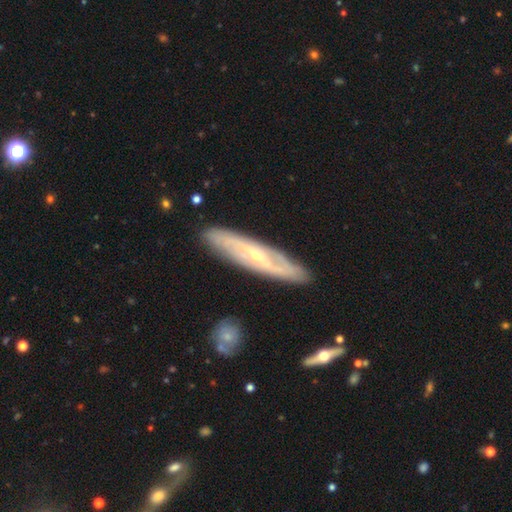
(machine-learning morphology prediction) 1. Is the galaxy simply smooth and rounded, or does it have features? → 74% featured or disk, 20% smooth, 6% star or artifact.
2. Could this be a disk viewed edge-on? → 62% no, 38% yes.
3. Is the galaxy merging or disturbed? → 86% none, 10% minor disturbance, 2% major disturbance, 2% merger.